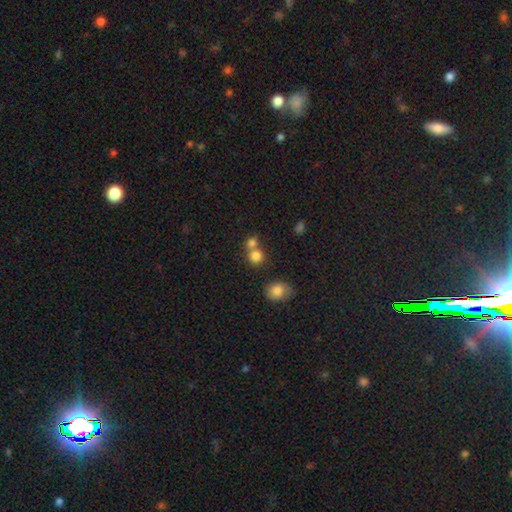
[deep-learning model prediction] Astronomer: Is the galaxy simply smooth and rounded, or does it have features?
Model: smooth — 80%.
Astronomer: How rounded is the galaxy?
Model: round — 86%.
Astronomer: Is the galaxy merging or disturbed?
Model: none — 48% (runner-up: merger, 42%).